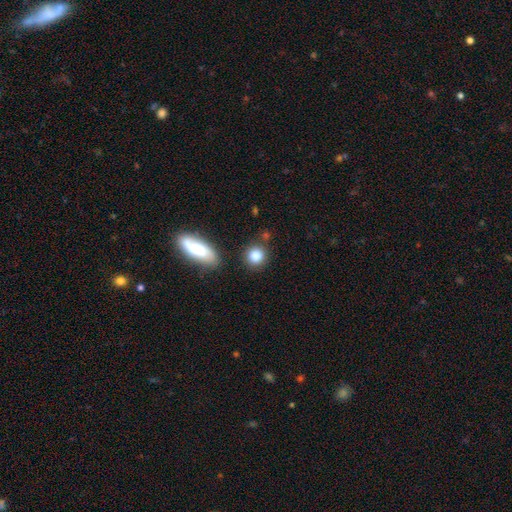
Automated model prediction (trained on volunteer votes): smooth_or_featured: smooth (p=0.85) [alt: star or artifact p=0.09]
how_rounded: round (p=0.82) [alt: in between p=0.16]
merging: none (p=0.77) [alt: minor disturbance p=0.12]